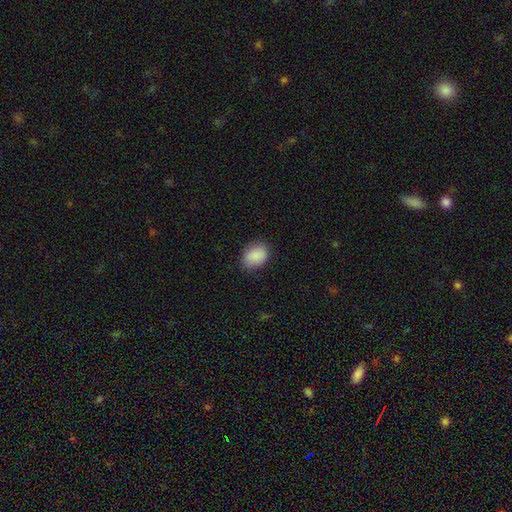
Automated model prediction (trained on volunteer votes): Smooth or featured? Predicted: smooth (p=0.89). How rounded? Predicted: in between (p=0.71). Merging? Predicted: none (p=0.81).